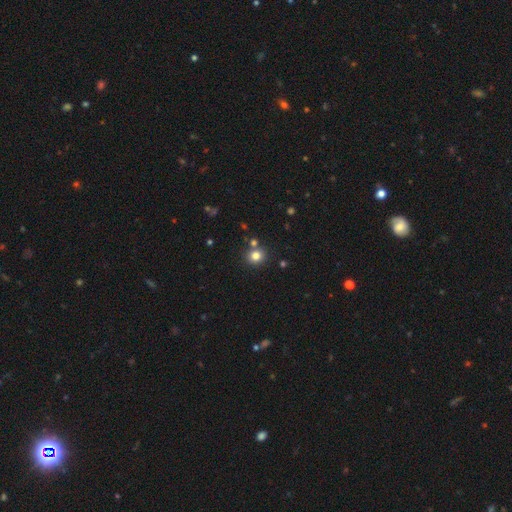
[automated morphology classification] A smooth galaxy with no disk features (80%) that is round (82%).

Vote fractions:
- Smooth or featured? smooth: 80% / star or artifact: 13% / featured or disk: 6%
- How rounded? round: 82% / in between: 17% / cigar-shaped: 1%
- Merging? none: 79% / merger: 11% / minor disturbance: 8% / major disturbance: 2%